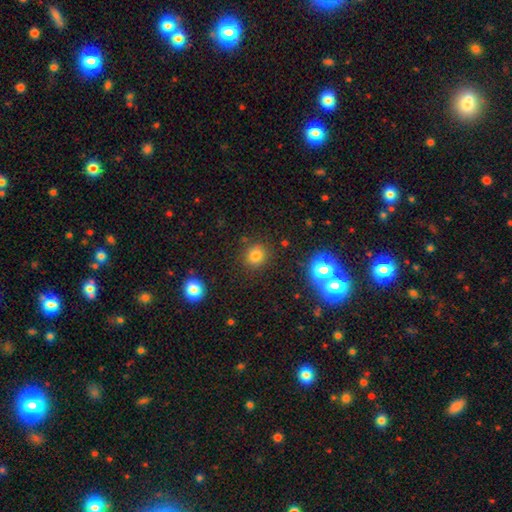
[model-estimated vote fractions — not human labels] smooth_or_featured: smooth (p=0.78) [alt: star or artifact p=0.16]
how_rounded: round (p=0.83) [alt: in between p=0.16]
merging: none (p=0.87) [alt: minor disturbance p=0.08]